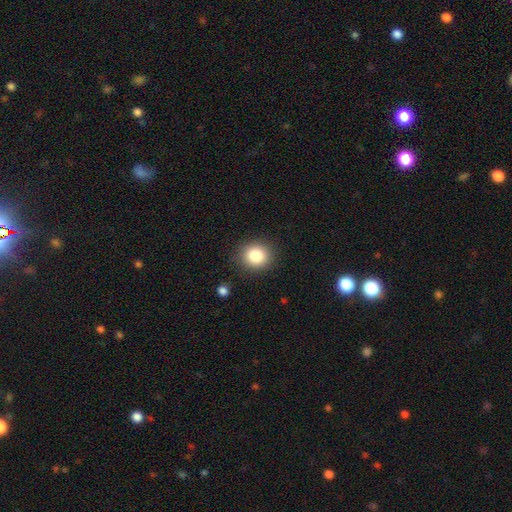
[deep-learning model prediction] smooth 83%, star or artifact 10%, featured or disk 6%. Down the decision tree: how rounded — round (82%); merging — none (88%).